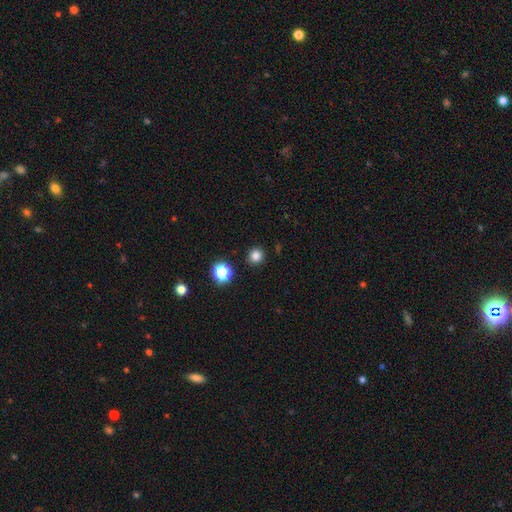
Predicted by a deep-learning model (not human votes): smooth_or_featured: smooth (p=0.81) [alt: star or artifact p=0.15]
how_rounded: round (p=0.94) [alt: in between p=0.05]
merging: none (p=0.91) [alt: minor disturbance p=0.05]